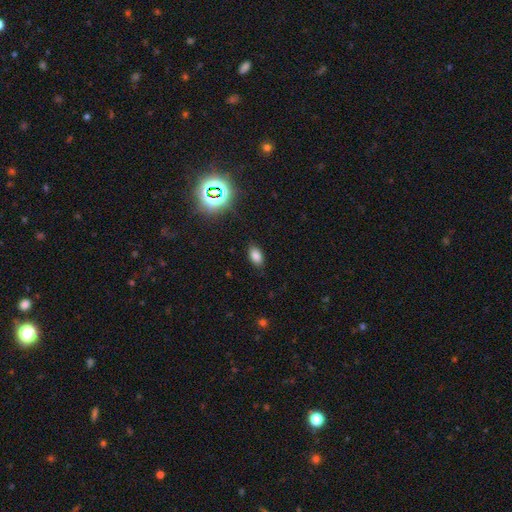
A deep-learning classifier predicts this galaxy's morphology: Smooth or featured: smooth — 78% (star or artifact — 15%)
How rounded: in between — 90% (round — 8%)
Merging: none — 87% (minor disturbance — 9%)